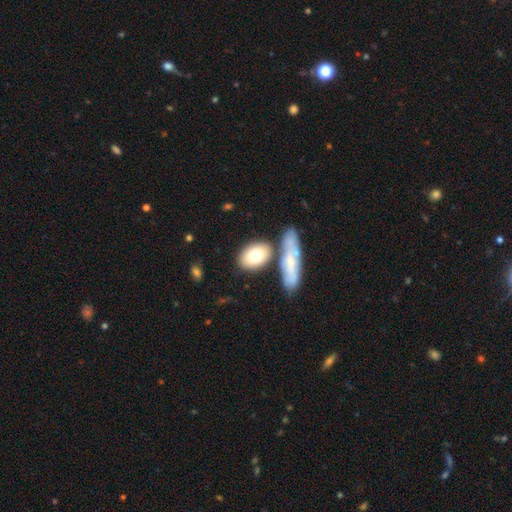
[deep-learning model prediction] This appears to be a smooth galaxy with no disk features (74%) that is in between round and cigar-shaped (83%). Merging: none (65%).